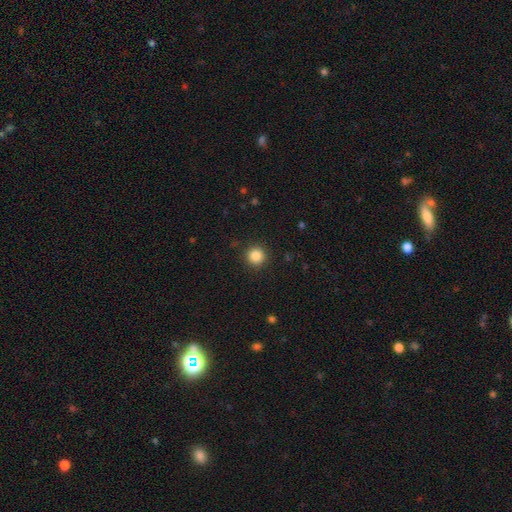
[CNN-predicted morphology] type=smooth (86%); roundness=round (95%); merging=none (91%).